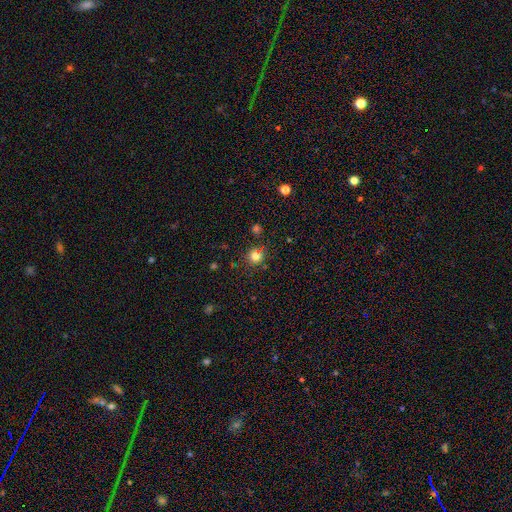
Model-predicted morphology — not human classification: Overall: smooth (77%). How rounded: round (89%). Merging: none (76%).